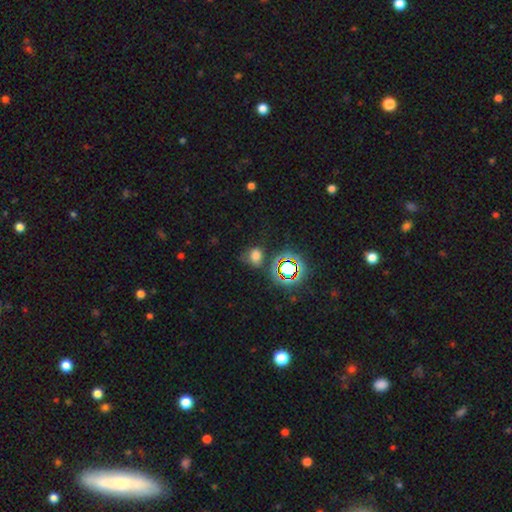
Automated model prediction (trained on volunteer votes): Overall: smooth (61%; star or artifact 29%). How rounded: round (51%; in between 47%). Merging: none (59%; minor disturbance 22%).